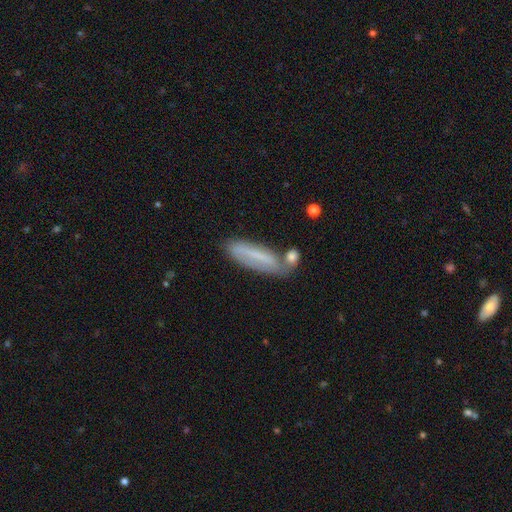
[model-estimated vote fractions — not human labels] Q: Smooth or featured?
A: smooth (56%); runner-up: featured or disk (36%)
Q: How rounded?
A: cigar-shaped (72%); runner-up: in between (26%)
Q: Merging?
A: none (54%); runner-up: minor disturbance (20%)